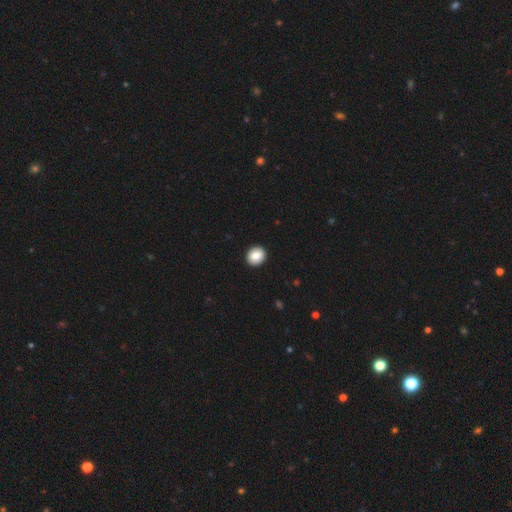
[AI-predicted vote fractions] smooth 86%, star or artifact 8%, featured or disk 6%. Down the decision tree: how rounded — round (78%); merging — none (93%).